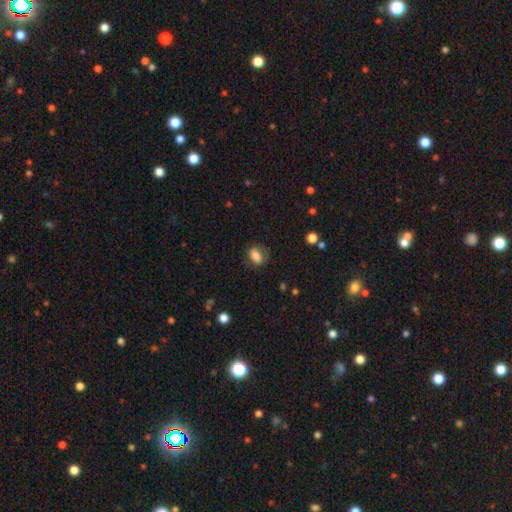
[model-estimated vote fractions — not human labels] Smooth or featured?
  - smooth: 80% *
  - featured or disk: 12%
  - star or artifact: 9%
How rounded?
  - in between: 79% *
  - round: 19%
  - cigar-shaped: 2%
Merging?
  - none: 72% *
  - minor disturbance: 19%
  - major disturbance: 8%
  - merger: 1%